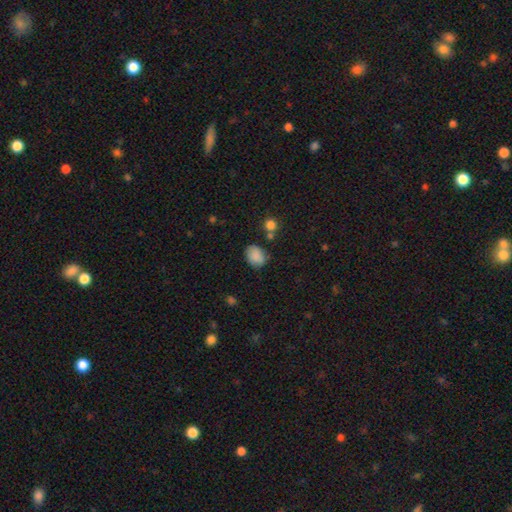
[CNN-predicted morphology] smooth 85%, star or artifact 9%, featured or disk 6%. Down the decision tree: how rounded — in between (57%); merging — none (69%).